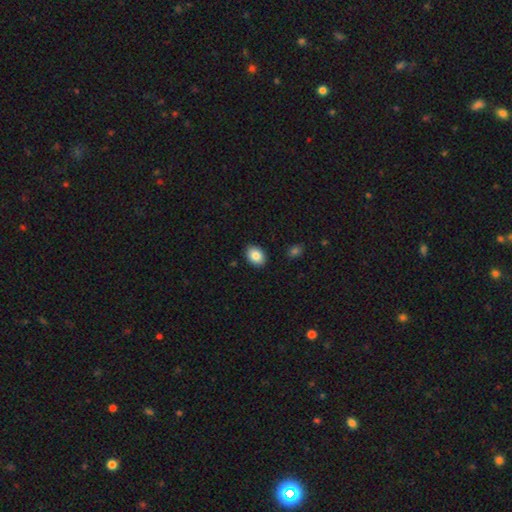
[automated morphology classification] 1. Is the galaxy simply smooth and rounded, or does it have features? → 86% smooth, 8% star or artifact, 7% featured or disk.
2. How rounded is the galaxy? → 74% in between, 25% round, 1% cigar-shaped.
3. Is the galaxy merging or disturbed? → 90% none, 7% minor disturbance, 2% major disturbance, 1% merger.